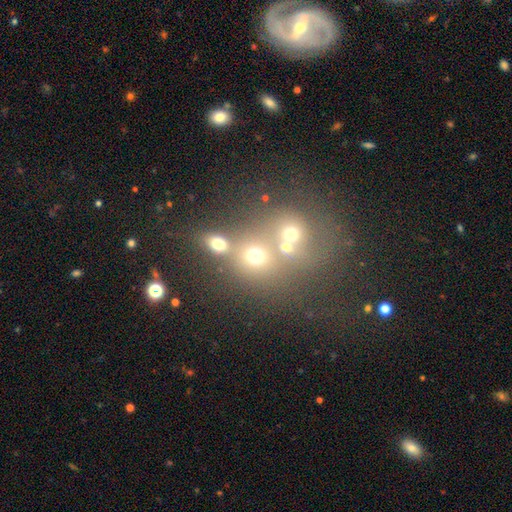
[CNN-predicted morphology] The model was most divided on "merging": merger: 48%, none: 38%, minor disturbance: 8%, major disturbance: 6%. Remaining: smooth or featured — smooth (49%).